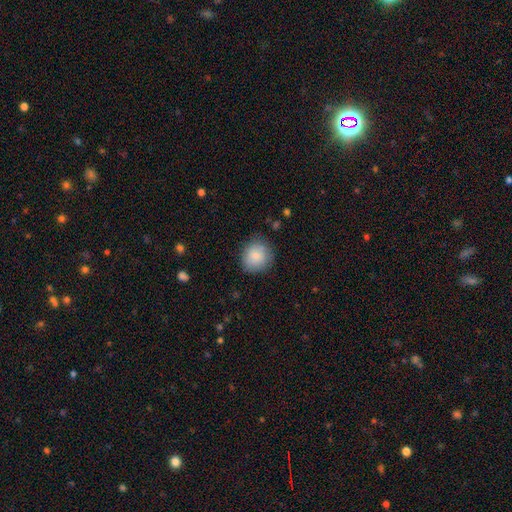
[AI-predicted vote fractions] The model was most divided on "merging": none: 82%, minor disturbance: 13%, major disturbance: 3%, merger: 1%. More confident: smooth or featured — smooth (86%); how rounded — round (85%).